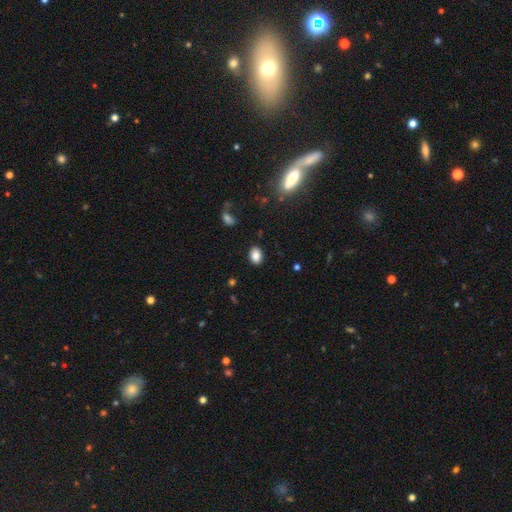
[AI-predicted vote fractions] A smooth galaxy with no disk features (86%) that is in between round and cigar-shaped (78%). Merging: none (87%).